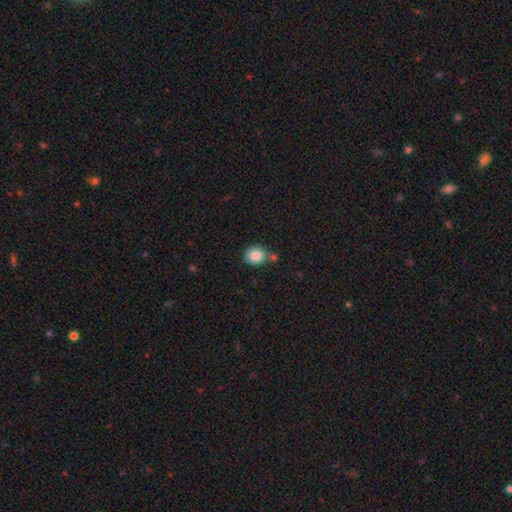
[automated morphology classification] smooth_or_featured: smooth (p=0.86) [alt: star or artifact p=0.09]
how_rounded: round (p=0.67) [alt: in between p=0.32]
merging: none (p=0.70) [alt: merger p=0.14]